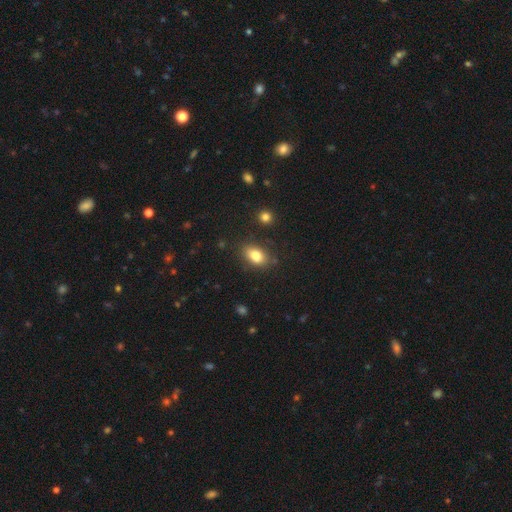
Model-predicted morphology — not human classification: A smooth galaxy with no disk features (82%) that is in between round and cigar-shaped (87%).

Vote fractions:
- Smooth or featured? smooth: 82% / featured or disk: 9% / star or artifact: 9%
- How rounded? in between: 87% / round: 11% / cigar-shaped: 3%
- Merging? none: 79% / minor disturbance: 14% / major disturbance: 4% / merger: 3%